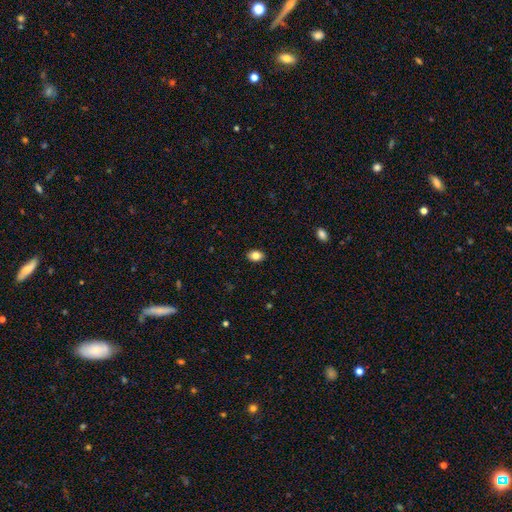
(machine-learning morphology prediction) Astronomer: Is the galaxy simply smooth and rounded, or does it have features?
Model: smooth — 84%.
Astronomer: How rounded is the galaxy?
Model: in between — 76%.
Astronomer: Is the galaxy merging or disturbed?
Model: none — 90%.